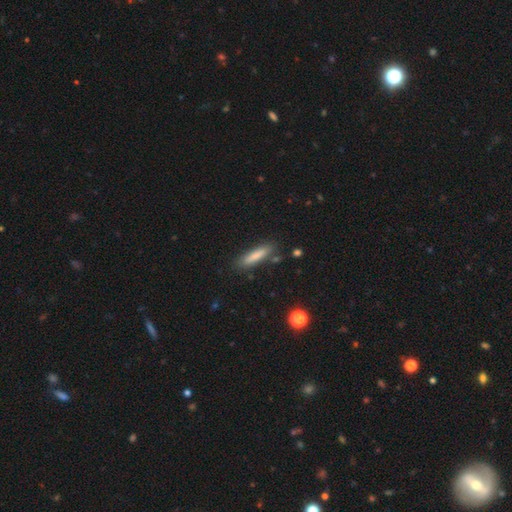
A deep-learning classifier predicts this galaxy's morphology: This is likely a smooth galaxy (79%). How rounded: clearly cigar-shaped (83%). Merging: clearly none (83%).